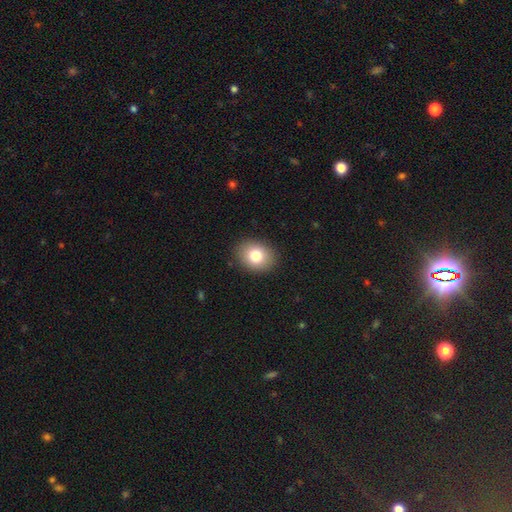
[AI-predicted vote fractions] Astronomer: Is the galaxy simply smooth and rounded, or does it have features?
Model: smooth — 80%.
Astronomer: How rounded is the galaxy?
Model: round — 50% (runner-up: in between, 49%).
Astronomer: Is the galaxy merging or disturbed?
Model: none — 89%.